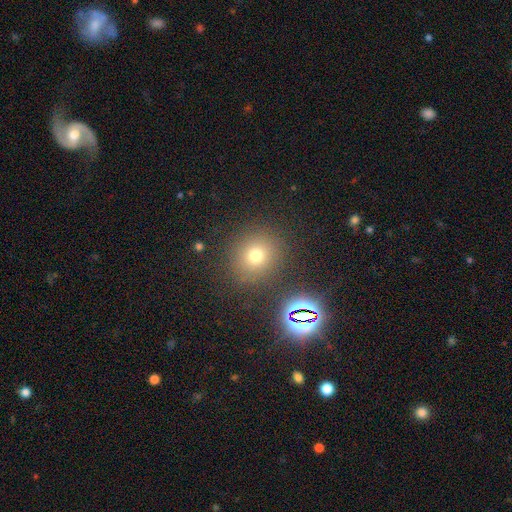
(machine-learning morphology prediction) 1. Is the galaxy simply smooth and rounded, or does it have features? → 70% smooth, 20% star or artifact, 9% featured or disk.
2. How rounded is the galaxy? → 86% round, 13% in between, 1% cigar-shaped.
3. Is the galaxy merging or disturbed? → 84% none, 8% minor disturbance, 4% merger, 4% major disturbance.